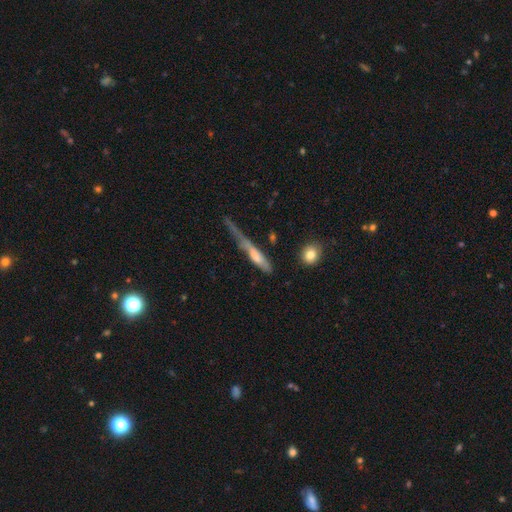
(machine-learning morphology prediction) Overall: smooth (59%; featured or disk 34%). How rounded: cigar-shaped (83%). Merging: major disturbance (35%; none 28%).